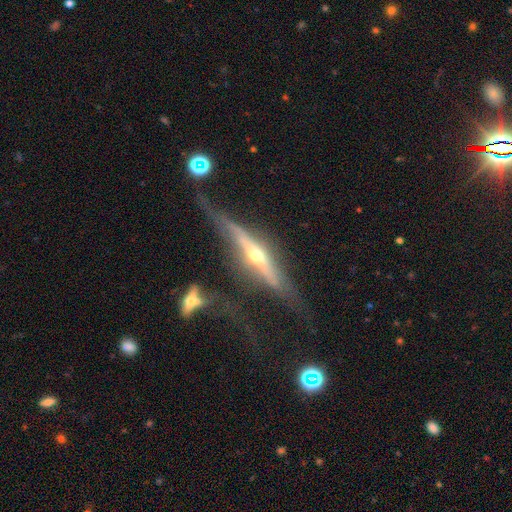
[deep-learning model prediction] The model was most divided on "merging": none: 54%, minor disturbance: 23%, major disturbance: 15%, merger: 8%. More confident: edge-on disk — yes (93%); edge-on bulge — rounded (87%); smooth or featured — featured or disk (82%).